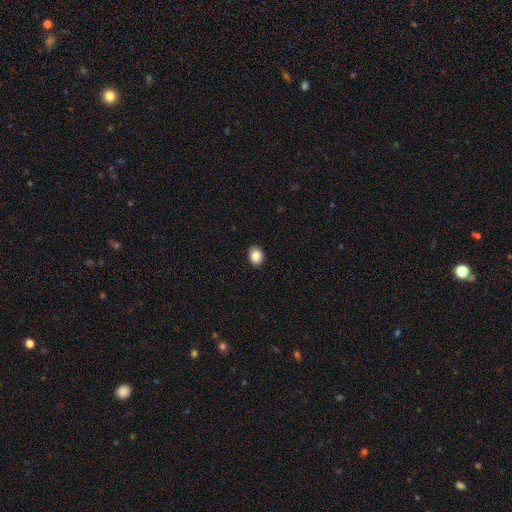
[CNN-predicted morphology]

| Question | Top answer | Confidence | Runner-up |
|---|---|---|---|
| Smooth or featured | smooth | 87% | star or artifact (9%) |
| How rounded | in between | 54% | round (45%) |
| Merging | none | 89% | minor disturbance (8%) |